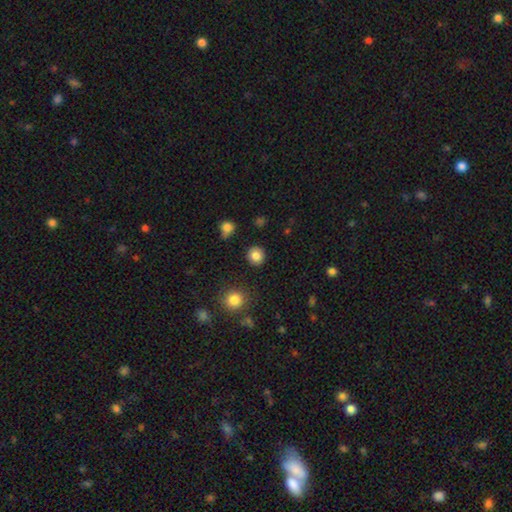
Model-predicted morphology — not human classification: A smooth galaxy with no disk features (84%) that is round (90%).

Vote fractions:
- Smooth or featured? smooth: 84% / star or artifact: 10% / featured or disk: 6%
- How rounded? round: 90% / in between: 9% / cigar-shaped: 1%
- Merging? none: 90% / minor disturbance: 6% / major disturbance: 2% / merger: 2%